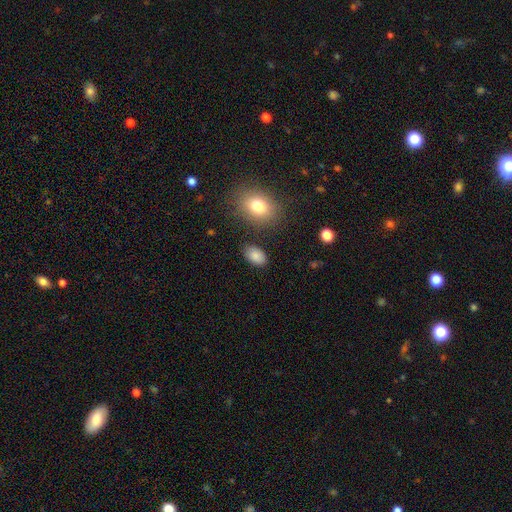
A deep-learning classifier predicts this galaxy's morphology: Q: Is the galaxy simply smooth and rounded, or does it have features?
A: smooth — 86%.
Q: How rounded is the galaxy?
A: in between — 89%.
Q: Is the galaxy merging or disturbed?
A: none — 85%.